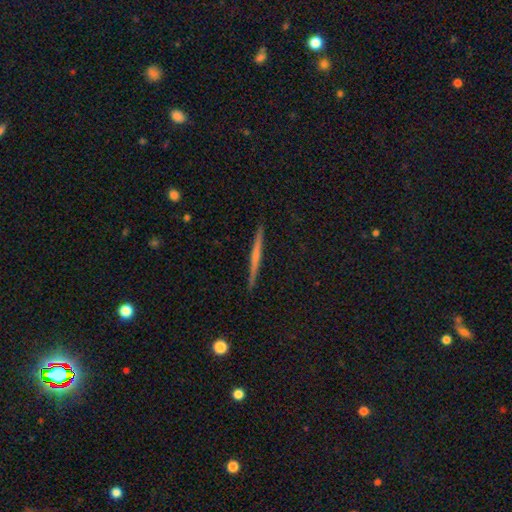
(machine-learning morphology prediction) This appears to be a featured or disk galaxy (58%) viewed edge-on (98%) with no central bulge (67%). Merging: none (92%).